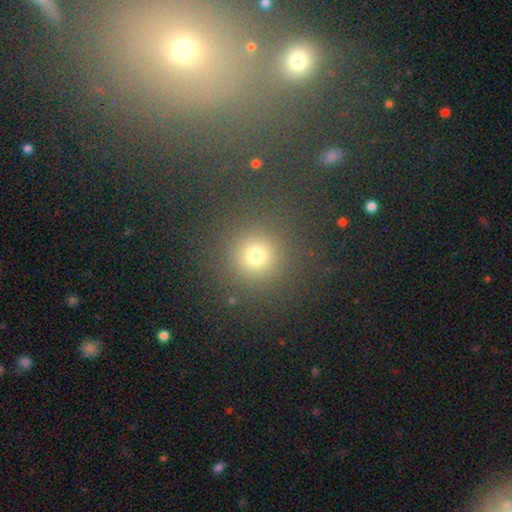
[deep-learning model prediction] The model was most divided on "smooth or featured": smooth: 71%, star or artifact: 22%, featured or disk: 7%. More confident: how rounded — round (93%); merging — none (82%).